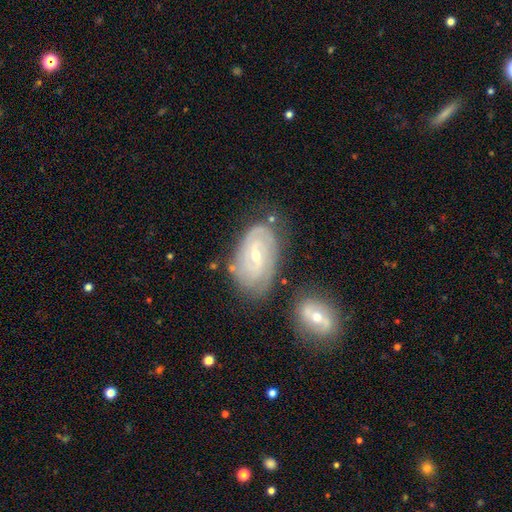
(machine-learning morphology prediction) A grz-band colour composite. It shows a featured or disk galaxy (82%) with a weak bar (54%), 2 (50%) tight (61%) spiral arms (93%) and a small central bulge (62%). Merging: none (68%).